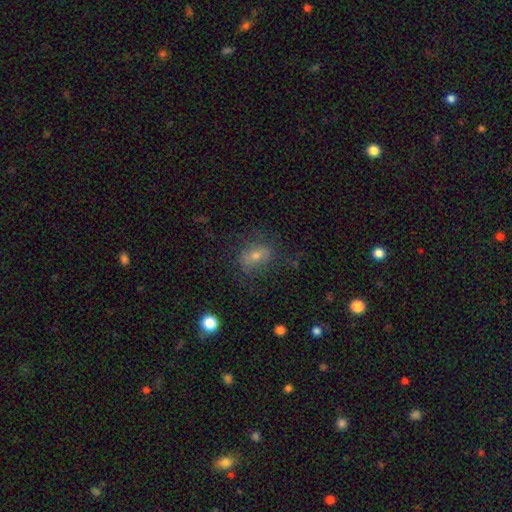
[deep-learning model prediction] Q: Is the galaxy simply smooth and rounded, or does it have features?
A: smooth — 56%.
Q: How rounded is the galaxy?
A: in between — 64%.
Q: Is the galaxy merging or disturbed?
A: none — 68%.